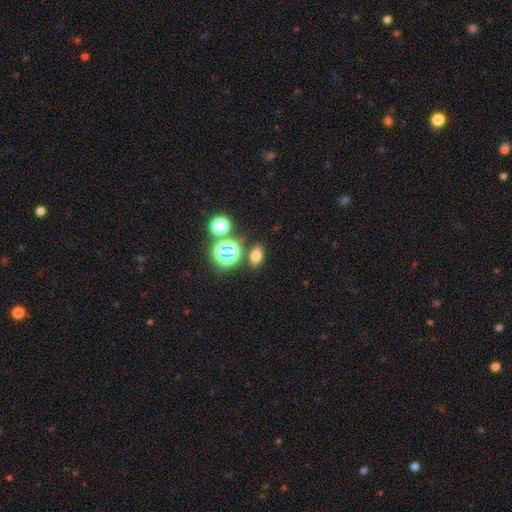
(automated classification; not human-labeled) Smooth or featured?
  - smooth: 67% *
  - star or artifact: 24%
  - featured or disk: 9%
How rounded?
  - in between: 78% *
  - round: 19%
  - cigar-shaped: 3%
Merging?
  - none: 81% *
  - minor disturbance: 9%
  - merger: 6%
  - major disturbance: 3%